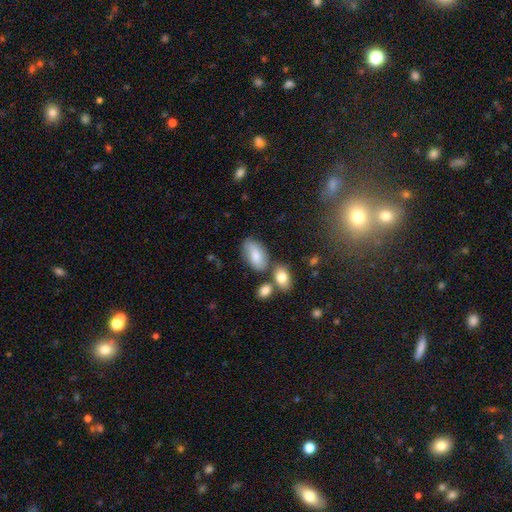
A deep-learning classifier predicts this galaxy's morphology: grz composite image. It shows a smooth galaxy with no disk features (74%) that is in between round and cigar-shaped (91%). Merging: none (61%).